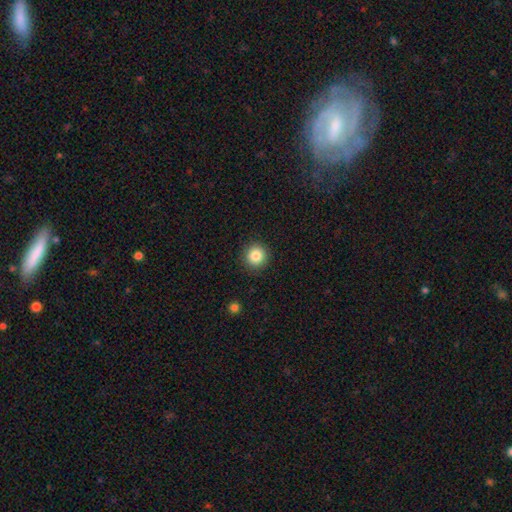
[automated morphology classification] The model was most divided on "smooth or featured": smooth: 84%, star or artifact: 10%, featured or disk: 6%. More confident: how rounded — round (94%); merging — none (92%).